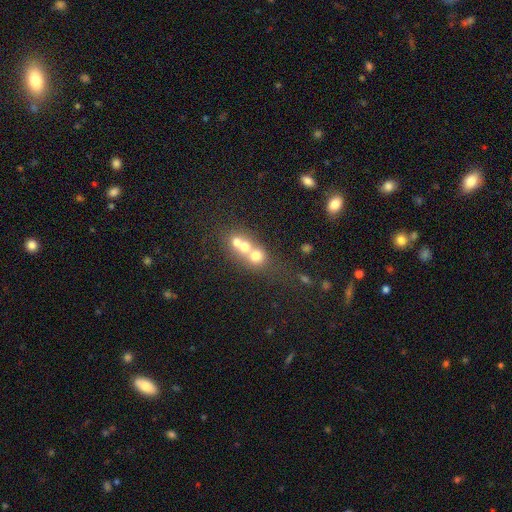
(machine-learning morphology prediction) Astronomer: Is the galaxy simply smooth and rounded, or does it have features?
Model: smooth — 60%.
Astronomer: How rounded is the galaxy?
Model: round — 72%.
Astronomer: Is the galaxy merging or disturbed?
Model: merger — 68%.